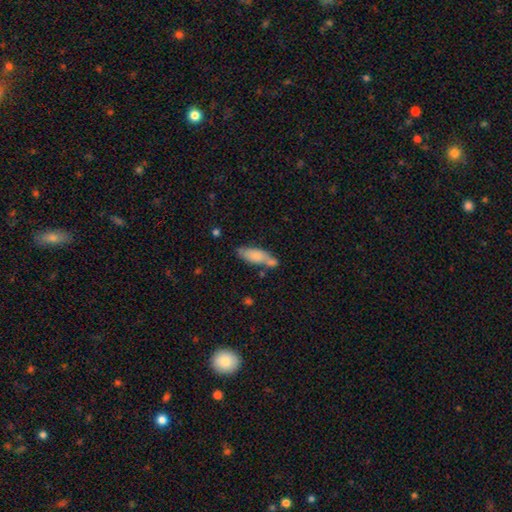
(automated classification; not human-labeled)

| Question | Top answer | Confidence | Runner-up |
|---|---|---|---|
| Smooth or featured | smooth | 77% | featured or disk (16%) |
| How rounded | in between | 64% | cigar-shaped (34%) |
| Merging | none | 52% | merger (22%) |